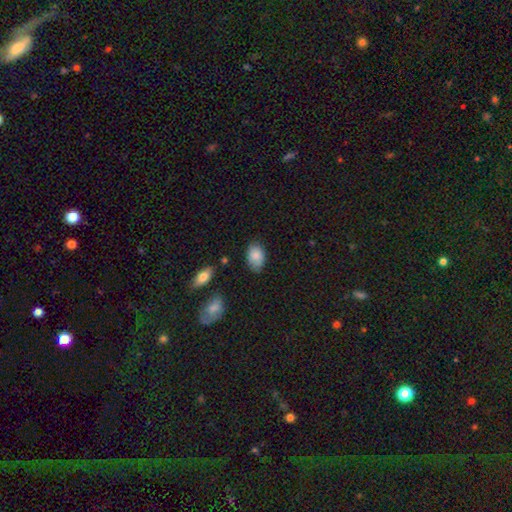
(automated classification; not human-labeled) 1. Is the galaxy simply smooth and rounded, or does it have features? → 85% smooth, 7% star or artifact, 7% featured or disk.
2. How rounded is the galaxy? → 87% in between, 11% round, 1% cigar-shaped.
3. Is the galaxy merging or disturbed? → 68% none, 26% minor disturbance, 4% major disturbance, 2% merger.